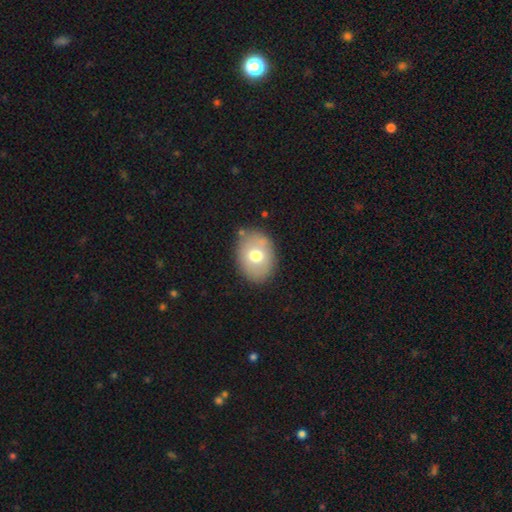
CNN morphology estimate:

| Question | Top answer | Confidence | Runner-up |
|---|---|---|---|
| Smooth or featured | smooth | 69% | featured or disk (23%) |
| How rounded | in between | 70% | round (29%) |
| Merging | none | 81% | minor disturbance (13%) |